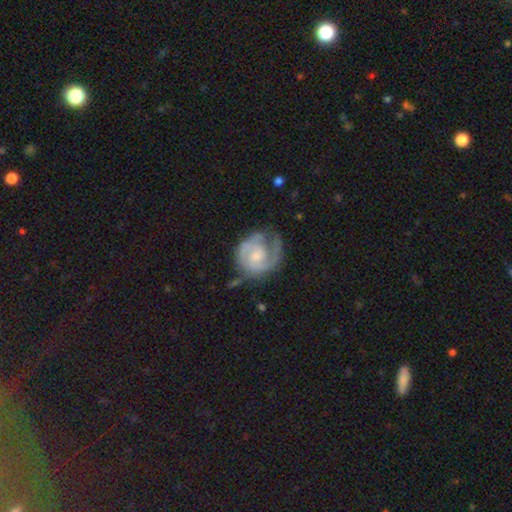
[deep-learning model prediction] smooth-or-featured: featured or disk: 81% | smooth: 14% | star or artifact: 5%
  disk-edge-on: no: 98% | yes: 2%
    bar: no: 60% | weak: 35% | strong: 5%
    has-spiral-arms: yes: 93% | no: 7%
      spiral-winding: tight: 48% | medium: 39% | loose: 13%
      spiral-arm-count: 2: 62% | 1: 18% | can't tell: 12% | 3: 6% | 4: 2% | more than 4: 2%
    bulge-size: moderate: 44% | small: 39% | none: 9% | large: 7% | dominant: 1%
  merging: none: 56% | minor disturbance: 24% | major disturbance: 16% | merger: 3%